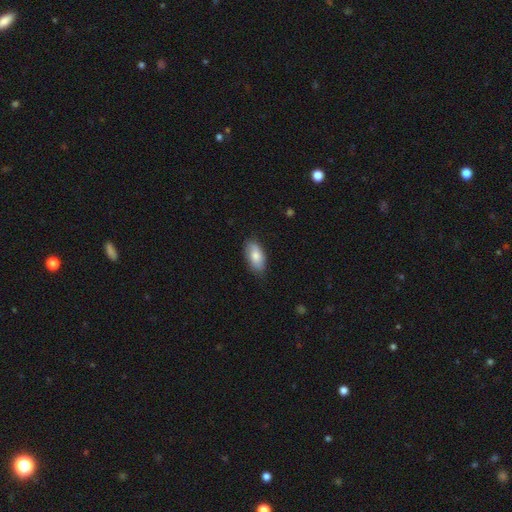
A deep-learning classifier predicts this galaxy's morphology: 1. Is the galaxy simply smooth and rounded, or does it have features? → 76% smooth, 18% featured or disk, 6% star or artifact.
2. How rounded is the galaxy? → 92% in between, 5% cigar-shaped, 3% round.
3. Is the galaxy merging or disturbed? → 78% none, 18% minor disturbance, 3% major disturbance, 1% merger.